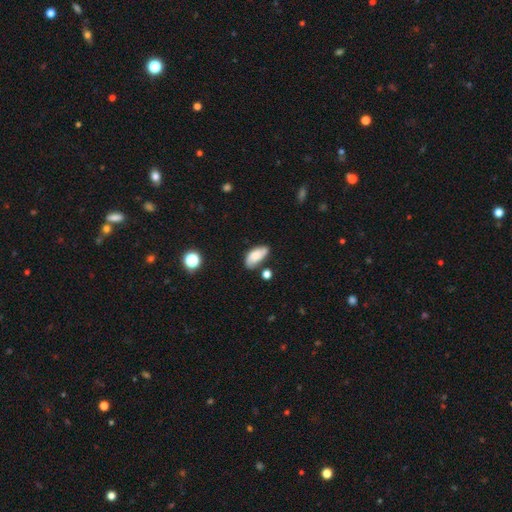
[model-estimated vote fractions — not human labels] Smooth or featured?
  - smooth: 63% *
  - featured or disk: 28%
  - star or artifact: 9%
How rounded?
  - in between: 90% *
  - cigar-shaped: 7%
  - round: 4%
Merging?
  - none: 55% *
  - minor disturbance: 28%
  - merger: 9%
  - major disturbance: 8%